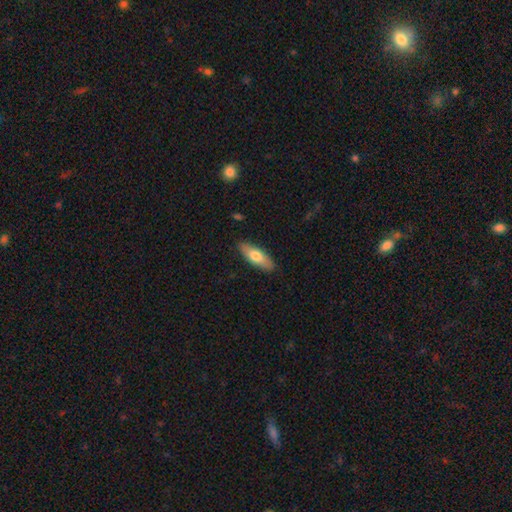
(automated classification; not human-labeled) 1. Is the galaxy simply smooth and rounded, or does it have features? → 72% smooth, 23% featured or disk, 5% star or artifact.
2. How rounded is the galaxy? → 61% in between, 36% cigar-shaped, 2% round.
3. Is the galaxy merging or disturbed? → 88% none, 9% minor disturbance, 2% major disturbance, 1% merger.